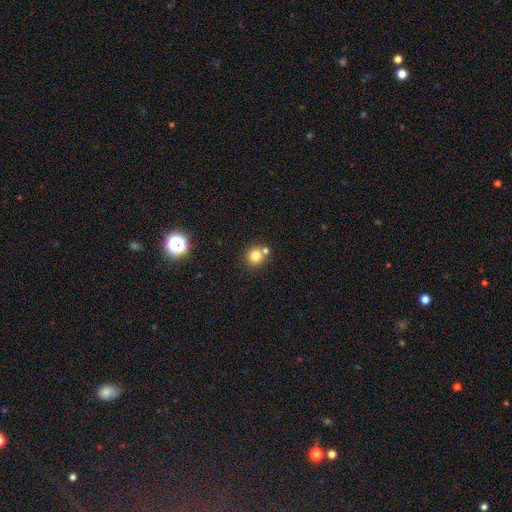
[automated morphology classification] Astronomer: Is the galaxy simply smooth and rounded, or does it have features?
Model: smooth — 78%.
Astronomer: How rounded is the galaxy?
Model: round — 91%.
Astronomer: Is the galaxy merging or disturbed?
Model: none — 63%.